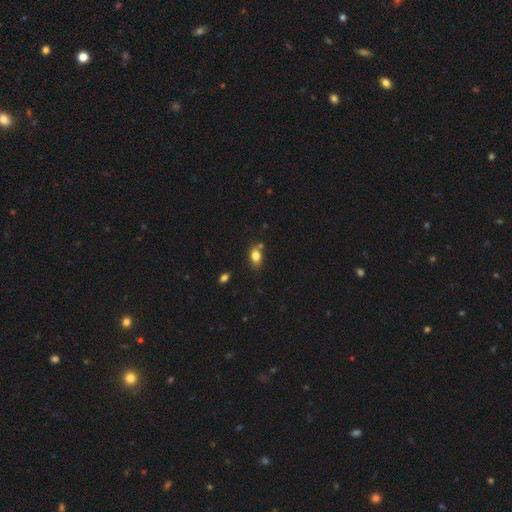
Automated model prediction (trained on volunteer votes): smooth-or-featured: smooth: 81% | star or artifact: 10% | featured or disk: 9%
  how-rounded: in between: 80% | round: 17% | cigar-shaped: 2%
  merging: none: 69% | minor disturbance: 16% | merger: 11% | major disturbance: 4%